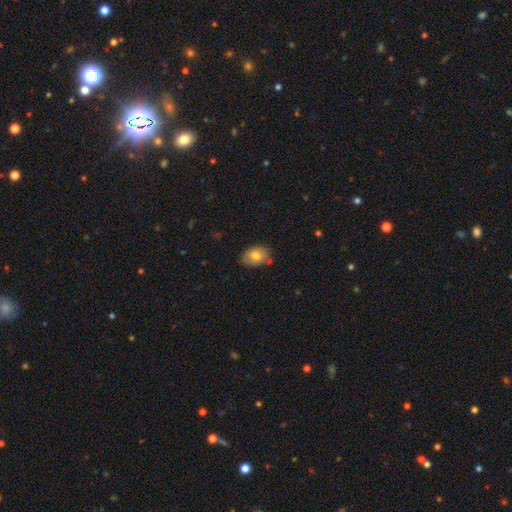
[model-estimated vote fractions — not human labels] A smooth galaxy with no disk features (77%) that is in between round and cigar-shaped (74%).

Vote fractions:
- Smooth or featured? smooth: 77% / featured or disk: 15% / star or artifact: 8%
- How rounded? in between: 74% / round: 25% / cigar-shaped: 1%
- Merging? none: 74% / minor disturbance: 19% / merger: 4% / major disturbance: 3%